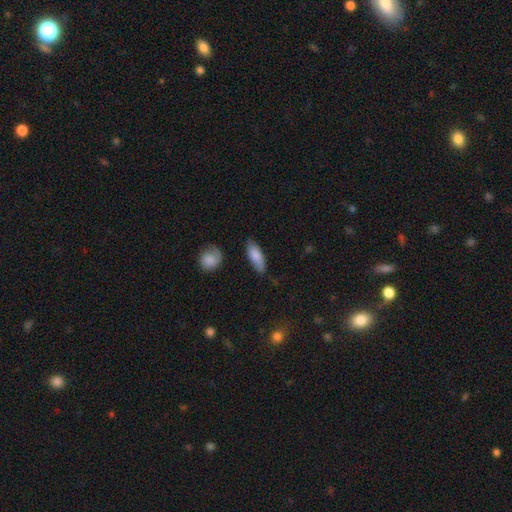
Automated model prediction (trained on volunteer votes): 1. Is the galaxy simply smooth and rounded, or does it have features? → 79% smooth, 14% featured or disk, 6% star or artifact.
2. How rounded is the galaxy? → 73% in between, 24% cigar-shaped, 2% round.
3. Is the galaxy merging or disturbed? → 73% none, 20% minor disturbance, 4% major disturbance, 3% merger.